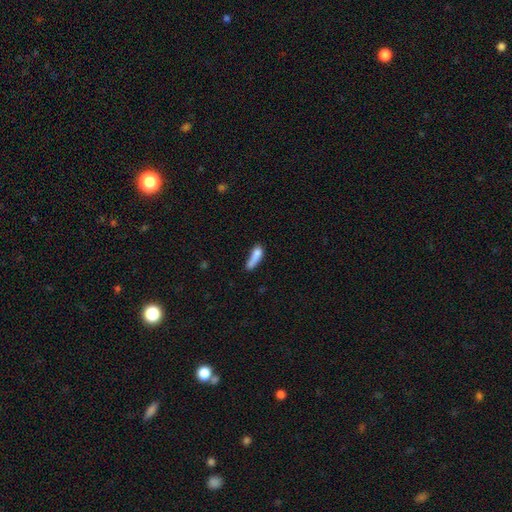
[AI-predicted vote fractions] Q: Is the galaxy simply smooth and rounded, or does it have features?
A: smooth — 75%.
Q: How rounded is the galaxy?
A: cigar-shaped — 61%.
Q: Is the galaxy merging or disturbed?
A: none — 36%.